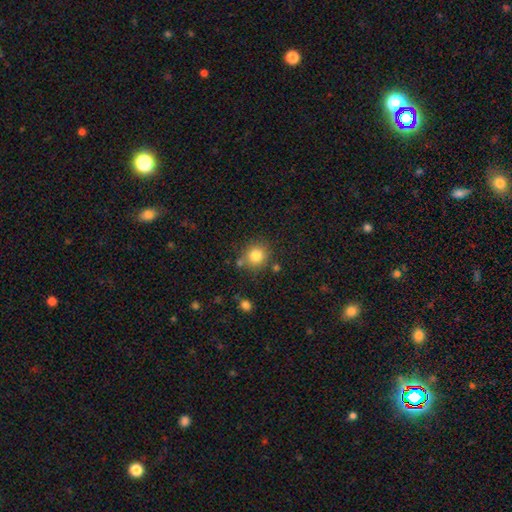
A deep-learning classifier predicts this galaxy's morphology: type=smooth (82%); roundness=round (88%); merging=none (76%).